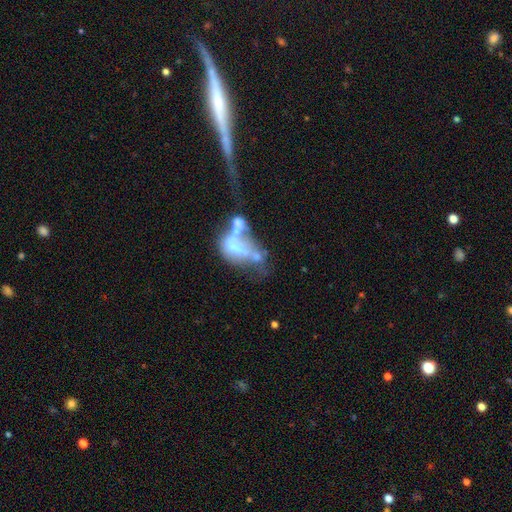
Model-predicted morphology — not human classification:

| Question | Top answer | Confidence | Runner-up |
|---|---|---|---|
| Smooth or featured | featured or disk | 64% | smooth (21%) |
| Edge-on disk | no | 51% | yes (49%) |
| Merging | merger | 52% | none (24%) |